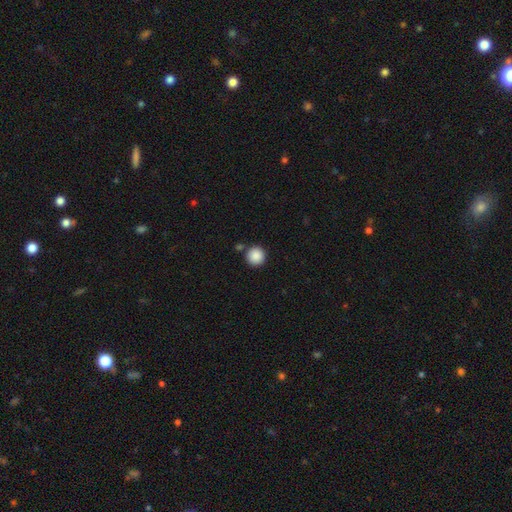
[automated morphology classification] Smooth or featured: smooth — 88% (star or artifact — 8%)
How rounded: round — 95% (in between — 4%)
Merging: none — 84% (minor disturbance — 7%)